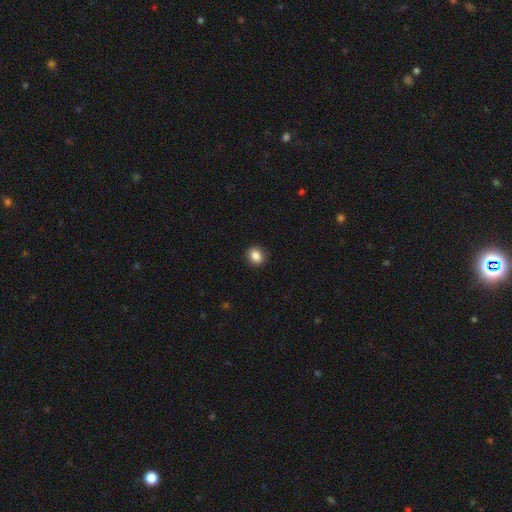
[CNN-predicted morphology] Smooth or featured?
  - smooth: 86% *
  - star or artifact: 9%
  - featured or disk: 5%
How rounded?
  - round: 71% *
  - in between: 28%
  - cigar-shaped: 1%
Merging?
  - none: 91% *
  - minor disturbance: 7%
  - major disturbance: 2%
  - merger: 1%